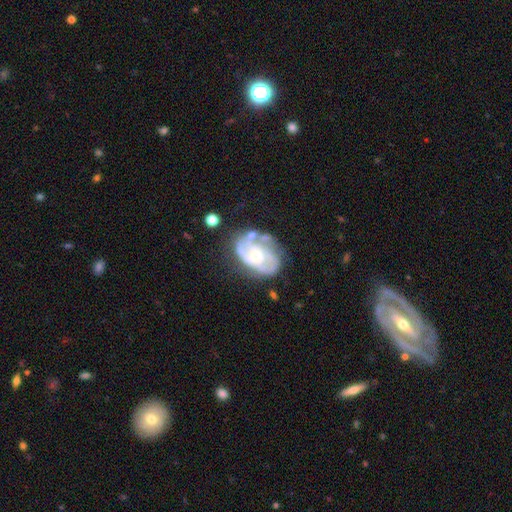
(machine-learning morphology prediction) Smooth or featured: featured or disk — 78% (smooth — 16%)
Edge-on disk: no — 97% (yes — 3%)
Bar: no — 74% (weak — 21%)
Spiral arms: yes — 76% (no — 24%)
Spiral winding: tight — 50% (medium — 36%)
Spiral arm count: 2 — 42% (can't tell — 35%)
Bulge size: small — 49% (moderate — 44%)
Merging: none — 50% (minor disturbance — 25%)